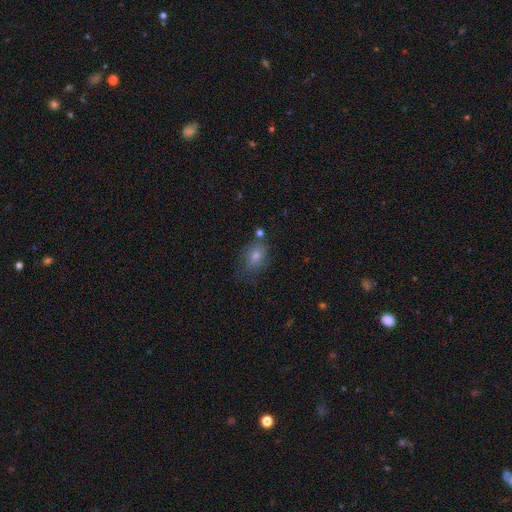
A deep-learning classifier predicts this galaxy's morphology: Smooth or featured? Predicted: smooth (p=0.64). How rounded? Predicted: in between (p=0.66). Merging? Predicted: none (p=0.63).